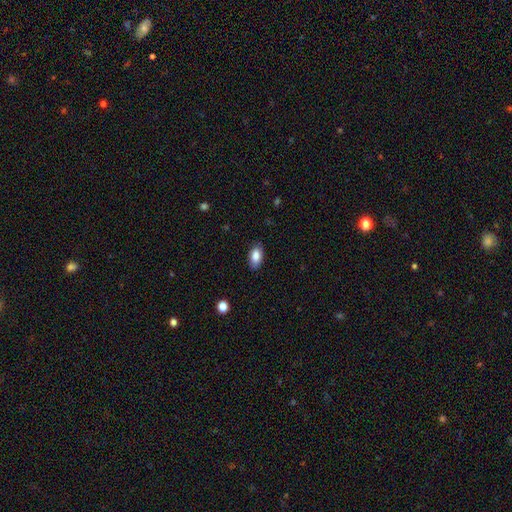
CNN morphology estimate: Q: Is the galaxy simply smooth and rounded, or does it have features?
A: smooth — 86%.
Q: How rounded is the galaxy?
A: in between — 92%.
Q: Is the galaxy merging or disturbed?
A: none — 84%.